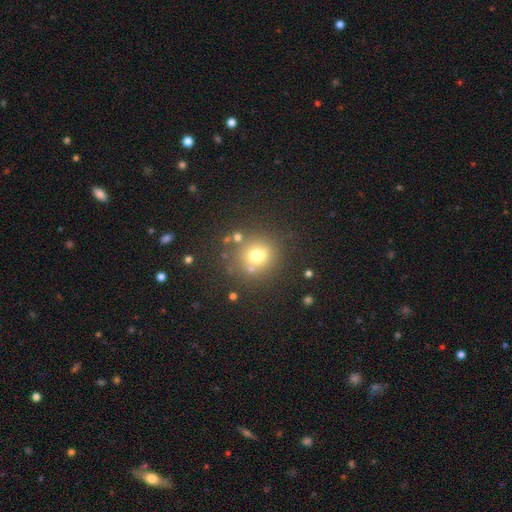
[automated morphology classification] A smooth galaxy with no disk features (65%) that is round (86%).

Vote fractions:
- Smooth or featured? smooth: 65% / star or artifact: 18% / featured or disk: 17%
- How rounded? round: 86% / in between: 13% / cigar-shaped: 1%
- Merging? none: 67% / merger: 14% / minor disturbance: 13% / major disturbance: 6%